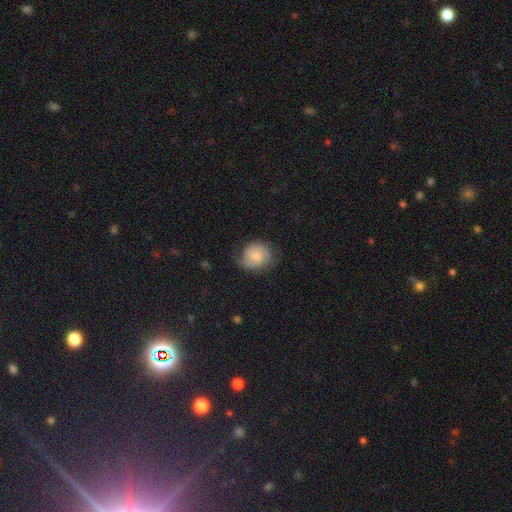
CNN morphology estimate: This appears to be a smooth galaxy with no disk features (52%) that is round (70%). Merging: none (57%).